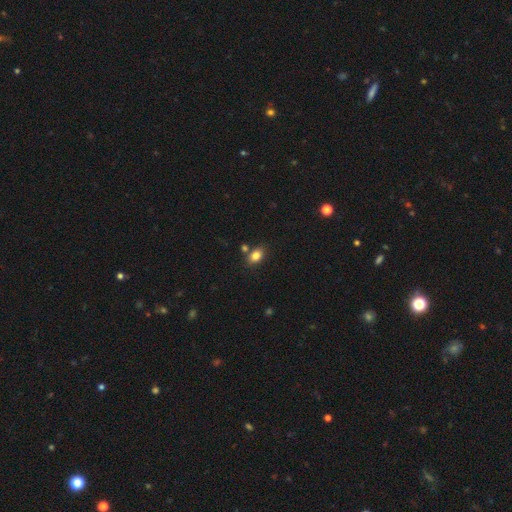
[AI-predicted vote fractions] This appears to be a smooth galaxy with no disk features (83%) that is in between round and cigar-shaped (80%). Merging: none (73%).